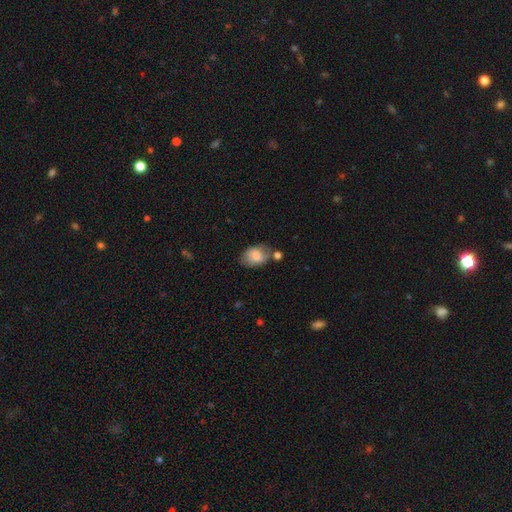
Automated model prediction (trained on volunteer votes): Smooth or featured?
  - smooth: 75% *
  - featured or disk: 18%
  - star or artifact: 7%
How rounded?
  - in between: 82% *
  - round: 17%
  - cigar-shaped: 1%
Merging?
  - none: 61% *
  - minor disturbance: 22%
  - merger: 12%
  - major disturbance: 6%